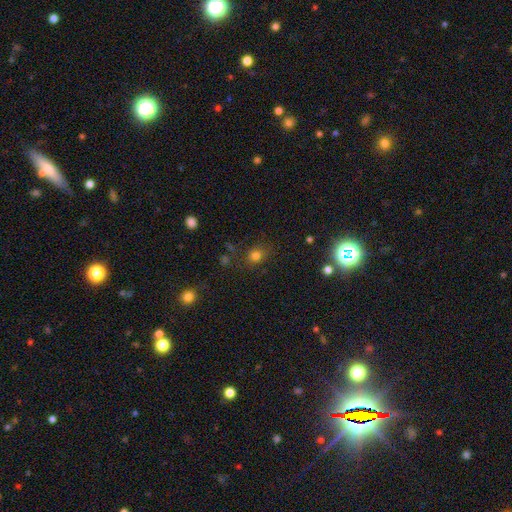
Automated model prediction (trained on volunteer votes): smooth_or_featured: smooth (p=0.76) [alt: star or artifact p=0.17]
how_rounded: round (p=0.67) [alt: in between p=0.32]
merging: none (p=0.79) [alt: minor disturbance p=0.14]